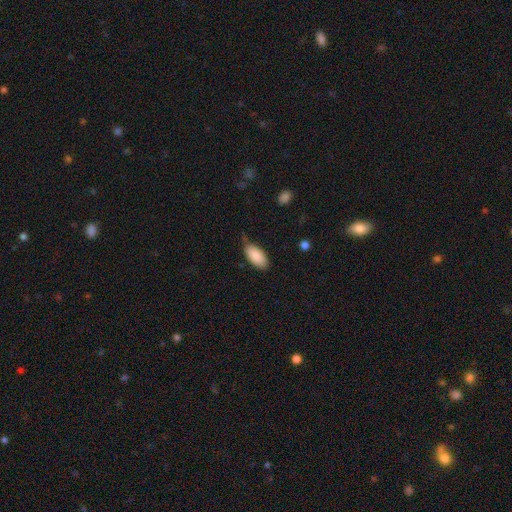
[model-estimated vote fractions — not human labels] smooth-or-featured: smooth: 88% | star or artifact: 6% | featured or disk: 6%
  how-rounded: in between: 94% | cigar-shaped: 4% | round: 2%
  merging: none: 63% | minor disturbance: 28% | major disturbance: 6% | merger: 3%